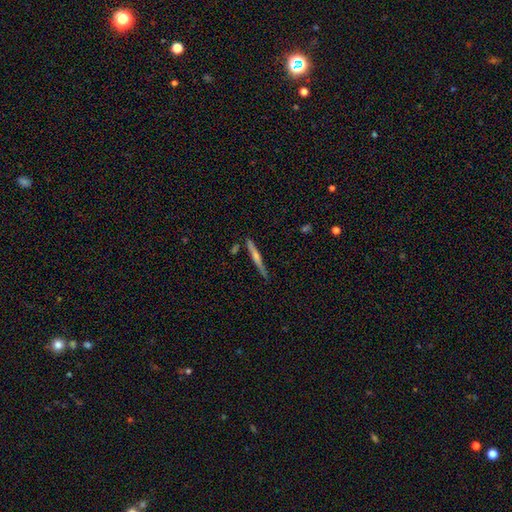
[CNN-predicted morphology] smooth-or-featured: featured or disk: 68% | smooth: 24% | star or artifact: 7%
  disk-edge-on: yes: 97% | no: 3%
    edge-on-bulge: rounded: 70% | none: 23% | boxy: 7%
  merging: none: 88% | minor disturbance: 7% | merger: 3% | major disturbance: 2%